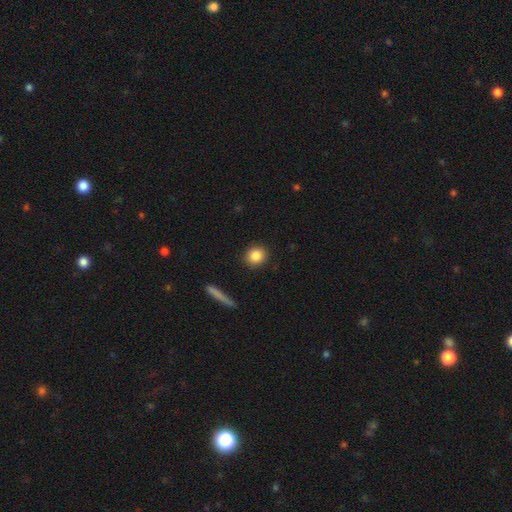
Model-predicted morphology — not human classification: type=smooth (85%); roundness=round (88%); merging=none (91%).